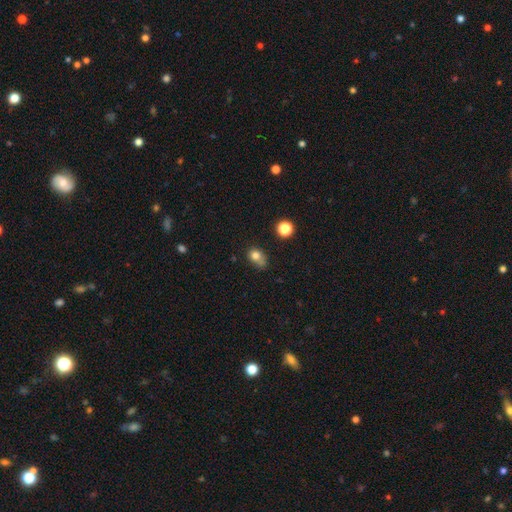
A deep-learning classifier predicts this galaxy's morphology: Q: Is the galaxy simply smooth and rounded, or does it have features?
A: smooth — 78%.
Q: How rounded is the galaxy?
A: round — 53%.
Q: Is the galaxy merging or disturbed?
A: none — 43%.